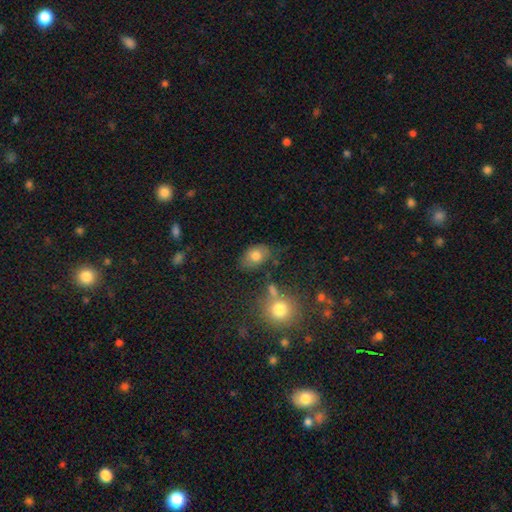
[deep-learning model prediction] Overall: smooth (77%). How rounded: in between (81%). Merging: none (70%).